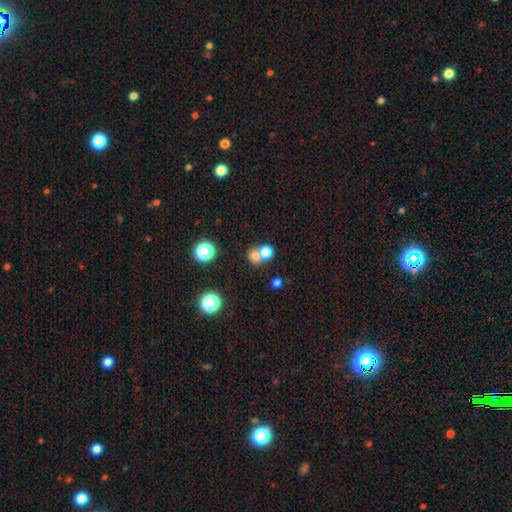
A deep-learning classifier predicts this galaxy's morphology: Smooth or featured: smooth — 73% (star or artifact — 17%)
How rounded: round — 80% (in between — 19%)
Merging: merger — 49% (none — 42%)